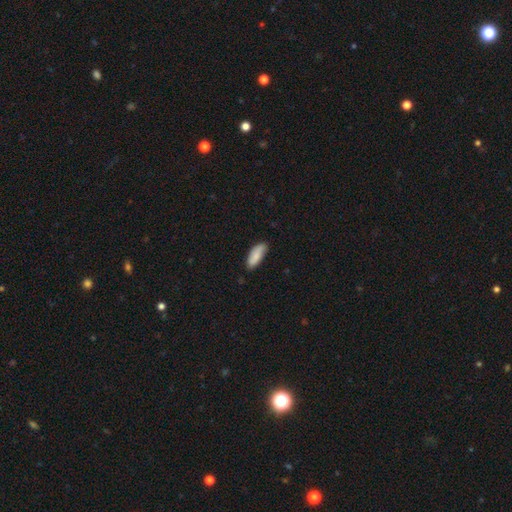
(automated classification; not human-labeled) smooth-or-featured: smooth: 84% | featured or disk: 10% | star or artifact: 6%
  how-rounded: in between: 75% | cigar-shaped: 23% | round: 2%
  merging: none: 78% | minor disturbance: 18% | major disturbance: 3% | merger: 1%